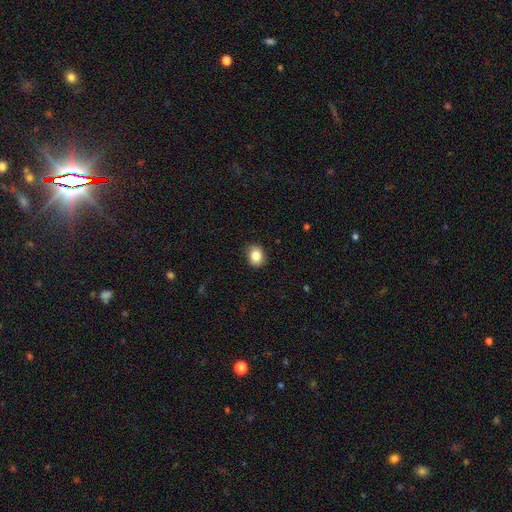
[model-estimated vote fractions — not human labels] The model was most divided on "how rounded": round: 55%, in between: 44%, cigar-shaped: 1%. More confident: merging — none (86%); smooth or featured — smooth (85%).